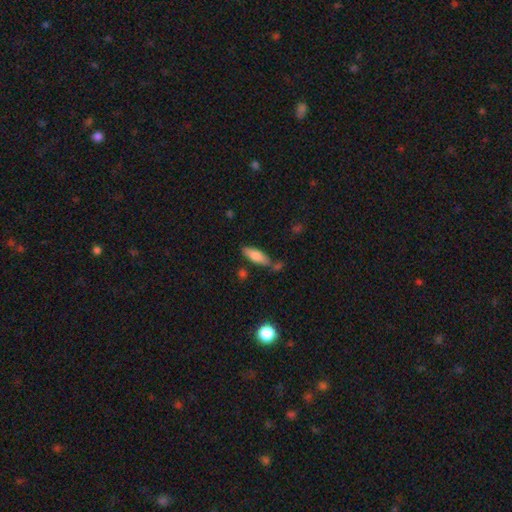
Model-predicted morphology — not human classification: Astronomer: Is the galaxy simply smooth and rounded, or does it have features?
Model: smooth — 74%.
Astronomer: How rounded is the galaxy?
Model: in between — 54% (runner-up: cigar-shaped, 43%).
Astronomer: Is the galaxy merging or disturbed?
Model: none — 69%.